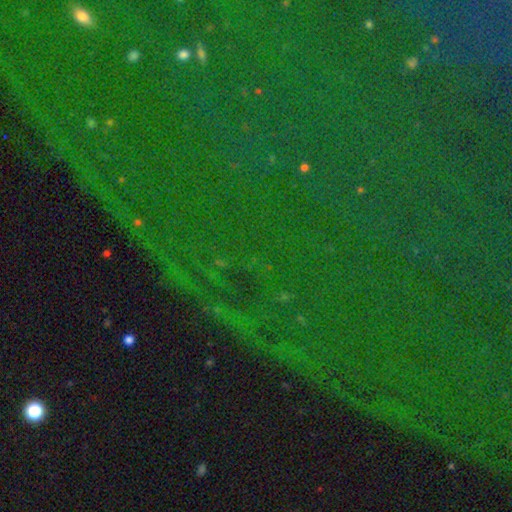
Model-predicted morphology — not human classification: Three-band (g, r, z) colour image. It shows a star or artifact, not a galaxy (83%).